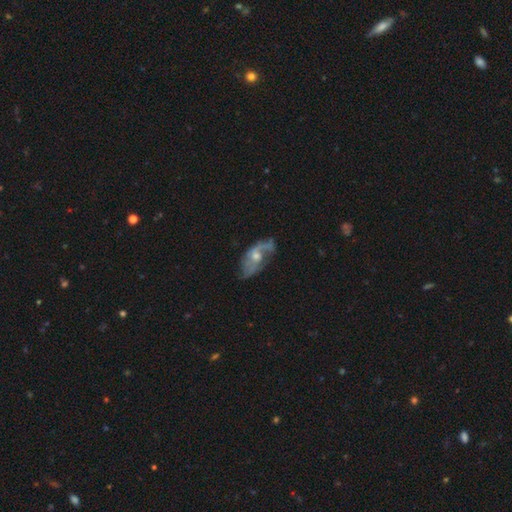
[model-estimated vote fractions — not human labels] Morphology: type=featured or disk (70%); edge-on=no (91%); bar=no (67%); spiral arms=yes (79%); winding=loose (54%); arm count=2 (62%); bulge=moderate (53%); merging=none (53%).